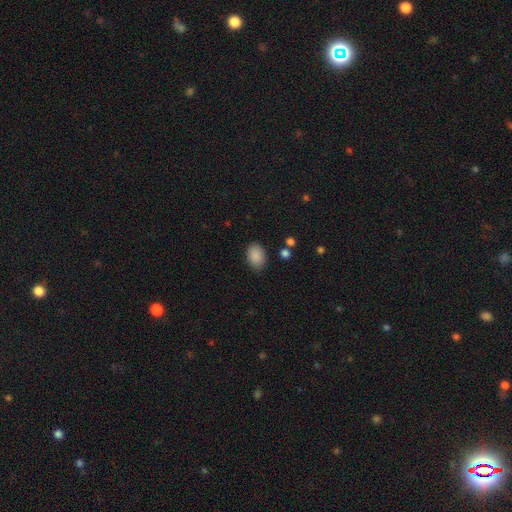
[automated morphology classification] This is clearly a smooth galaxy (88%). How rounded: clearly in between (82%). Merging: clearly none (84%).